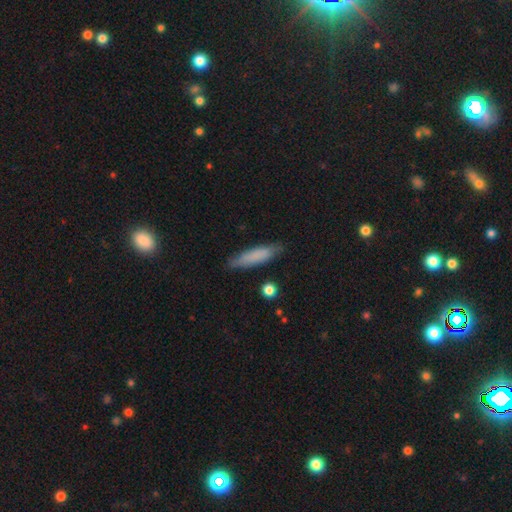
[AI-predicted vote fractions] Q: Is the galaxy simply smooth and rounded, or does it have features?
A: smooth — 77%.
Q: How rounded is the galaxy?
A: cigar-shaped — 77%.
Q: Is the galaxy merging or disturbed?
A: none — 82%.